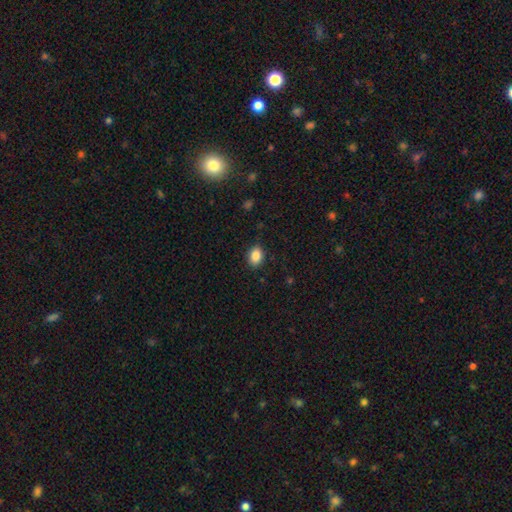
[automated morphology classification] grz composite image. It shows a smooth galaxy with no disk features (87%) that is in between round and cigar-shaped (69%). Merging: none (86%).